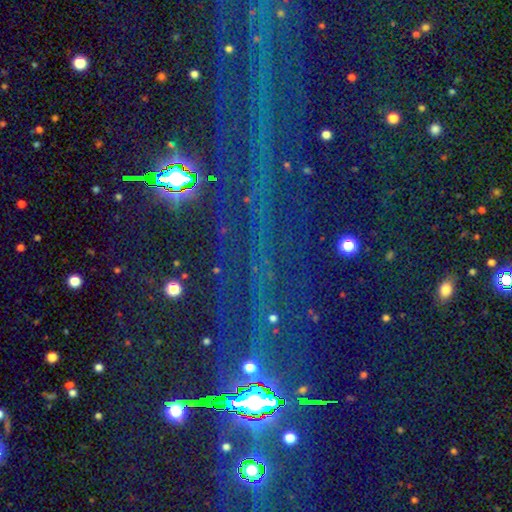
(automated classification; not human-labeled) smooth-or-featured: star or artifact: 86% | smooth: 7% | featured or disk: 7%